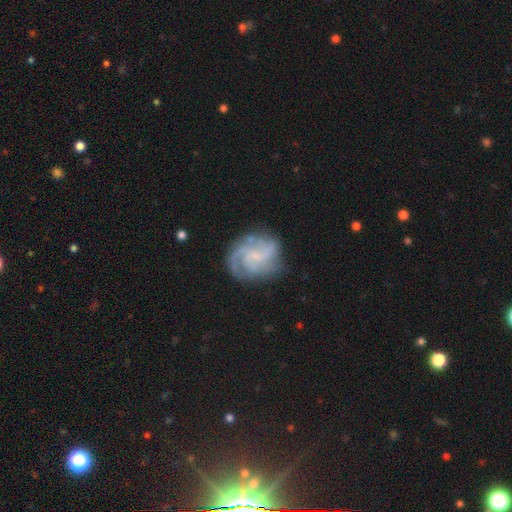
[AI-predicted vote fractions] A featured or disk galaxy (84%) with no bar (47%), 3 (40%) medium (46%) spiral arms (96%) and a small central bulge (52%).

Vote fractions:
- Smooth or featured? featured or disk: 84% / smooth: 10% / star or artifact: 6%
- Edge-on disk? no: 98% / yes: 2%
- Bar? no: 47% / weak: 44% / strong: 9%
- Spiral arms? yes: 96% / no: 4%
- Spiral winding? medium: 46% / tight: 38% / loose: 16%
- Spiral arm count? 3: 40% / 2: 21% / can't tell: 17% / 4: 11% / 1: 6% / more than 4: 5%
- Bulge size? small: 52% / none: 32% / moderate: 14% / large: 1% / dominant: 1%
- Merging? none: 72% / minor disturbance: 17% / major disturbance: 9% / merger: 2%